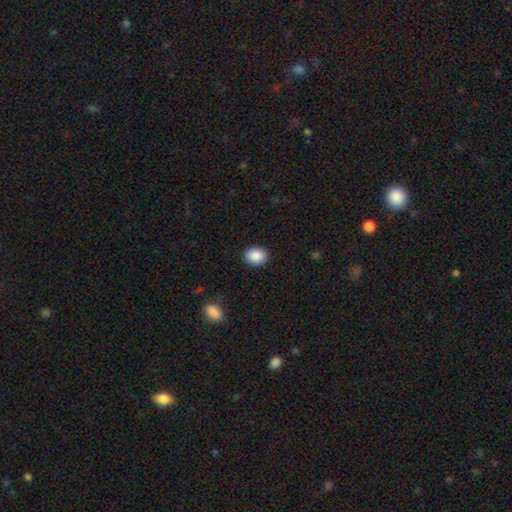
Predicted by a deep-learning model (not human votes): smooth-or-featured: smooth: 89% | star or artifact: 8% | featured or disk: 4%
  how-rounded: round: 53% | in between: 46% | cigar-shaped: 1%
  merging: none: 89% | minor disturbance: 8% | major disturbance: 2% | merger: 1%